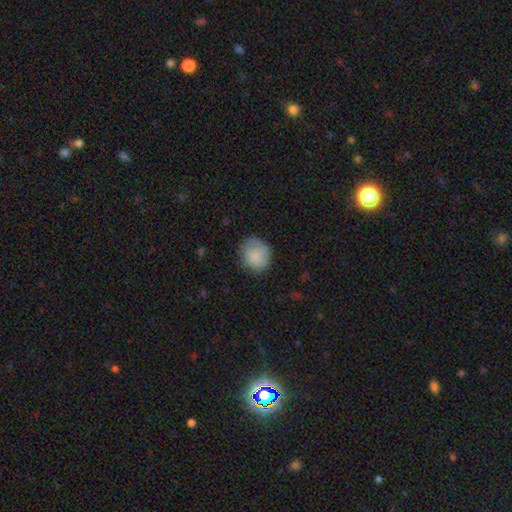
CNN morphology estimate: Smooth or featured: smooth — 84% (featured or disk — 8%)
How rounded: round — 77% (in between — 22%)
Merging: none — 73% (minor disturbance — 20%)